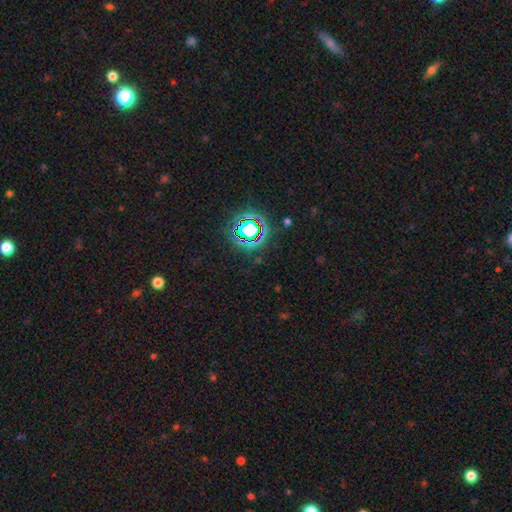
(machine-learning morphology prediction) Smooth or featured? Predicted: star or artifact (p=0.78).